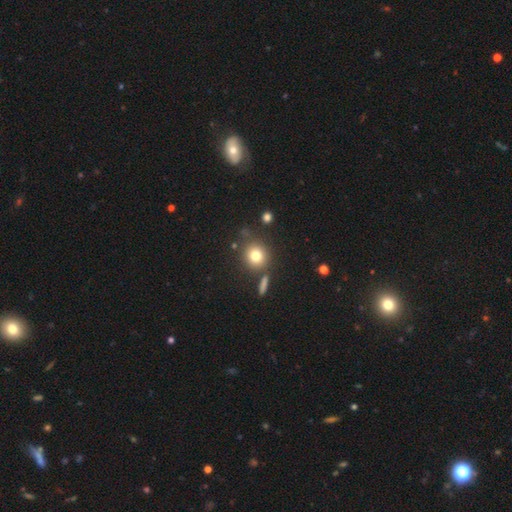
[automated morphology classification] Q: Smooth or featured?
A: smooth (77%); runner-up: star or artifact (12%)
Q: How rounded?
A: round (88%); runner-up: in between (11%)
Q: Merging?
A: none (77%); runner-up: minor disturbance (10%)